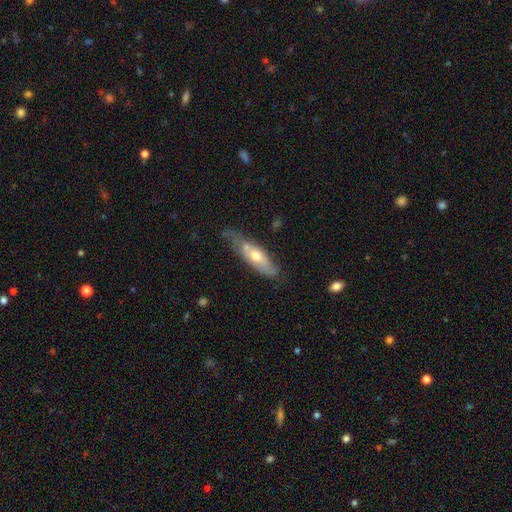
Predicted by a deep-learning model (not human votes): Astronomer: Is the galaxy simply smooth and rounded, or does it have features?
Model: smooth — 48% (runner-up: featured or disk, 46%).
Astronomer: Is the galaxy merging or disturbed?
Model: none — 51% (runner-up: minor disturbance, 30%).